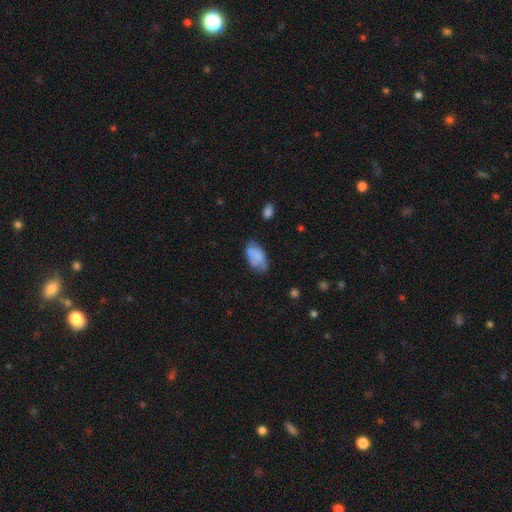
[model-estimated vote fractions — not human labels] The model was most divided on "merging": none: 52%, minor disturbance: 33%, major disturbance: 11%, merger: 4%. More confident: how rounded — in between (93%); smooth or featured — smooth (68%).